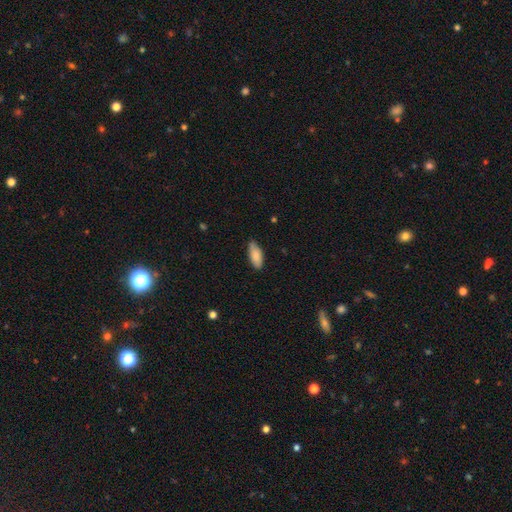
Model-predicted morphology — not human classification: This is clearly a smooth galaxy (87%). How rounded: clearly in between (83%). Merging: likely none (78%).